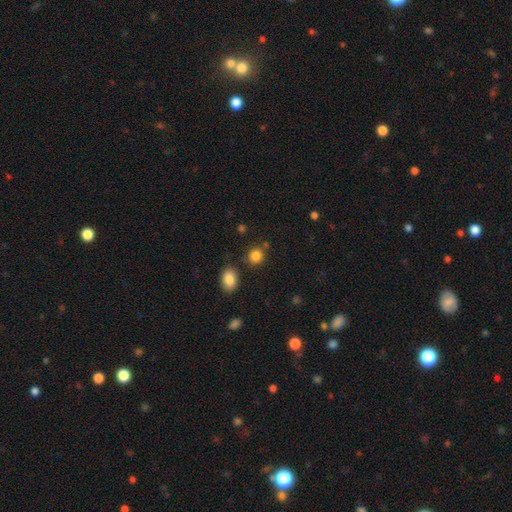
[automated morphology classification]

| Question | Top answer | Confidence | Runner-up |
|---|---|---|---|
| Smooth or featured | smooth | 85% | star or artifact (11%) |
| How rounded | round | 80% | in between (19%) |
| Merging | none | 78% | minor disturbance (10%) |